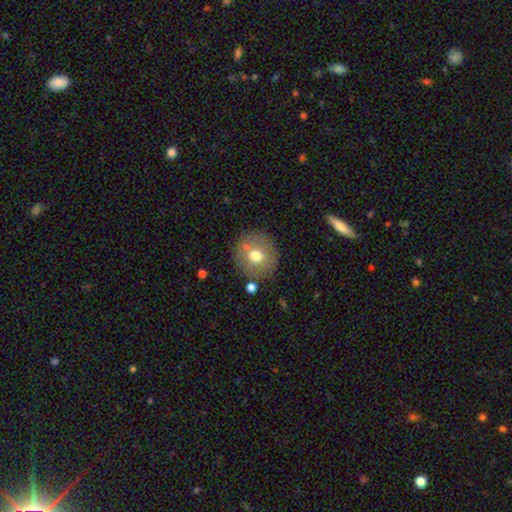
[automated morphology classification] Smooth or featured? smooth (66%)
How rounded? round (90%)
Merging? none (80%)